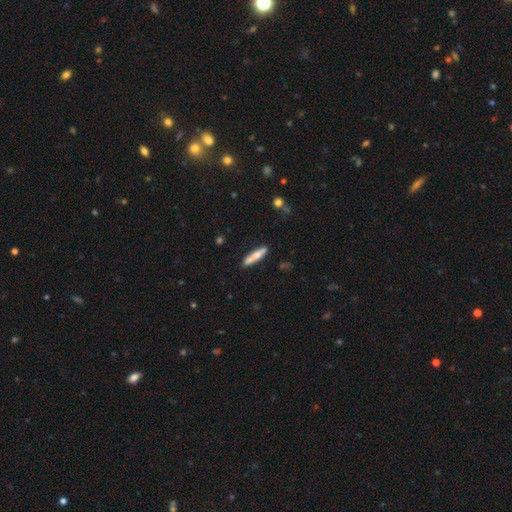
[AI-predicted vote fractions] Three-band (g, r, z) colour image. It shows a smooth galaxy with no disk features (61%) that is cigar-shaped (86%). Merging: none (82%).